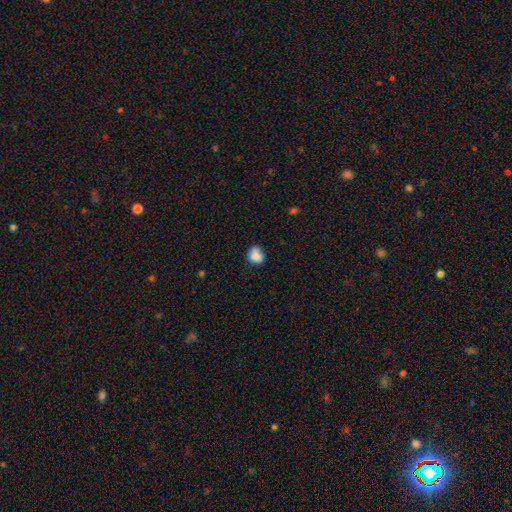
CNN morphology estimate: Smooth or featured: smooth — 82% (star or artifact — 10%)
How rounded: round — 53% (in between — 46%)
Merging: none — 55% (minor disturbance — 28%)